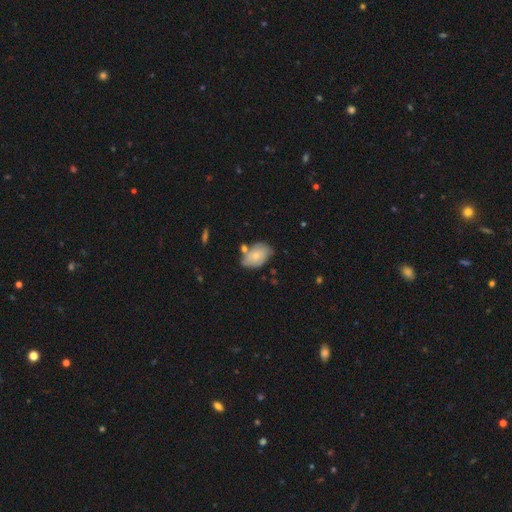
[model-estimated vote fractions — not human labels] smooth 58%, featured or disk 35%, star or artifact 7%. Down the decision tree: how rounded — in between (86%); merging — none (55%).